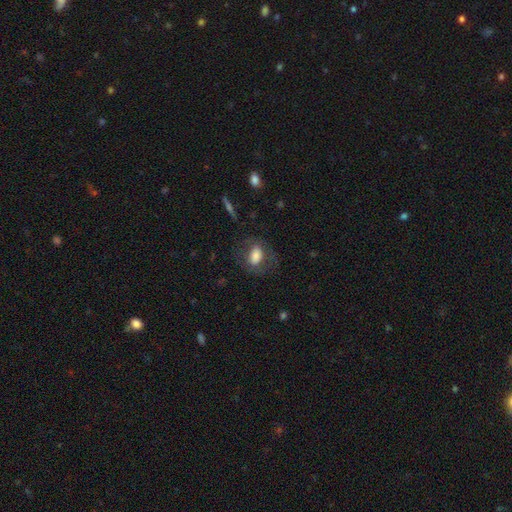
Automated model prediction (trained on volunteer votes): smooth_or_featured: smooth (p=0.72) [alt: featured or disk p=0.20]
how_rounded: in between (p=0.79) [alt: round p=0.19]
merging: none (p=0.67) [alt: minor disturbance p=0.17]